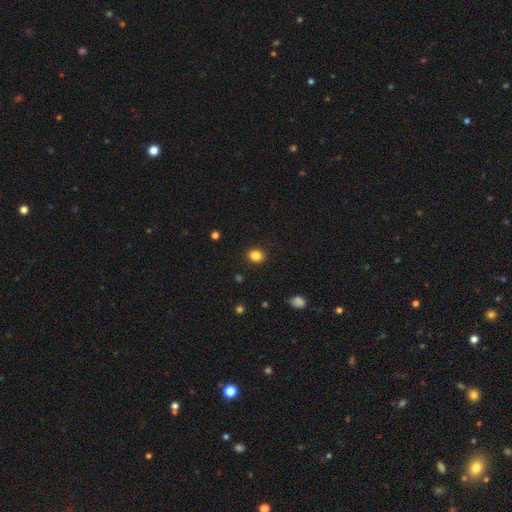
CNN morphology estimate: Q: Smooth or featured?
A: smooth (85%); runner-up: star or artifact (11%)
Q: How rounded?
A: round (56%); runner-up: in between (43%)
Q: Merging?
A: none (89%); runner-up: minor disturbance (8%)